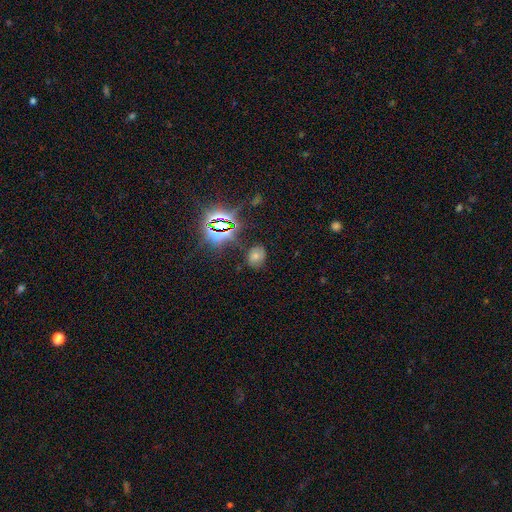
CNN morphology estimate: Smooth or featured? Predicted: smooth (p=0.54). How rounded? Predicted: in between (p=0.55). Merging? Predicted: none (p=0.76).